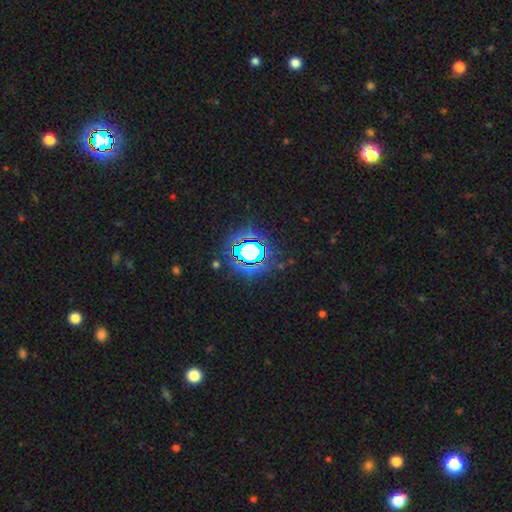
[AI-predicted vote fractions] Overall: star or artifact (79%).